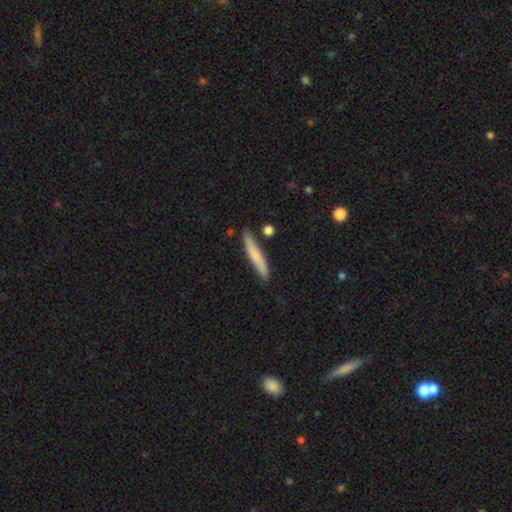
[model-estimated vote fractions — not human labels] Q: Smooth or featured?
A: smooth (69%); runner-up: featured or disk (25%)
Q: How rounded?
A: cigar-shaped (94%); runner-up: in between (4%)
Q: Merging?
A: none (84%); runner-up: minor disturbance (11%)